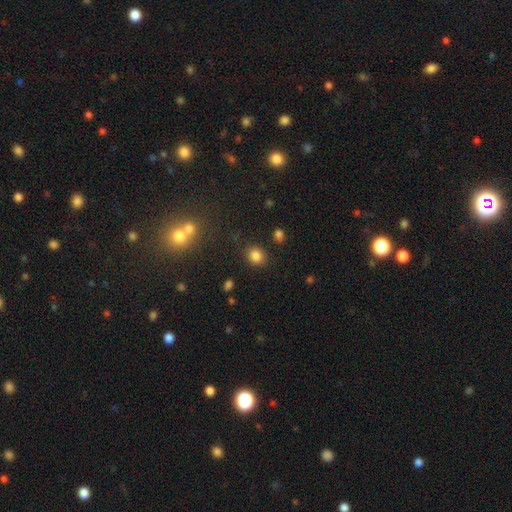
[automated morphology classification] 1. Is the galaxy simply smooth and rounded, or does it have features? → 83% smooth, 12% star or artifact, 5% featured or disk.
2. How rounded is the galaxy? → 63% round, 36% in between, 1% cigar-shaped.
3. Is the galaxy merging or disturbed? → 84% none, 10% minor disturbance, 3% major disturbance, 3% merger.